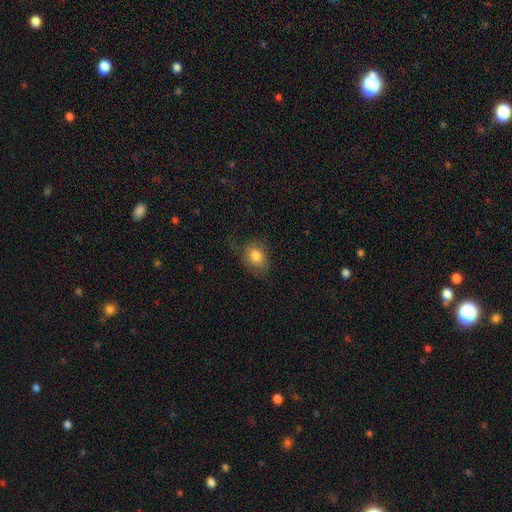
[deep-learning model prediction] Smooth or featured: smooth — 77% (featured or disk — 15%)
How rounded: in between — 65% (round — 34%)
Merging: none — 58% (minor disturbance — 26%)